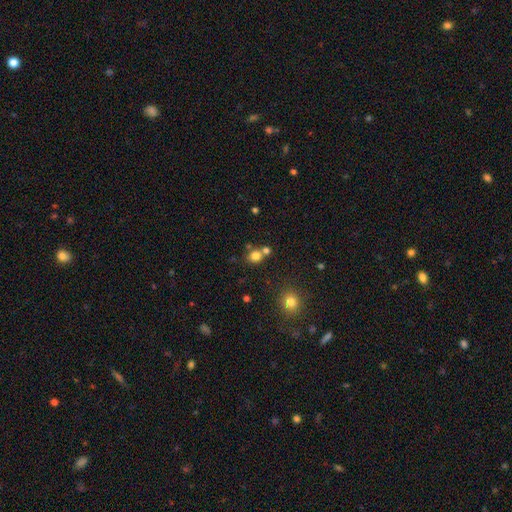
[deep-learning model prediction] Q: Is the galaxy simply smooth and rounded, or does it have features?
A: smooth — 78%.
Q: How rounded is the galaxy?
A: round — 78%.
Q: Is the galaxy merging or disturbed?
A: none — 60%.